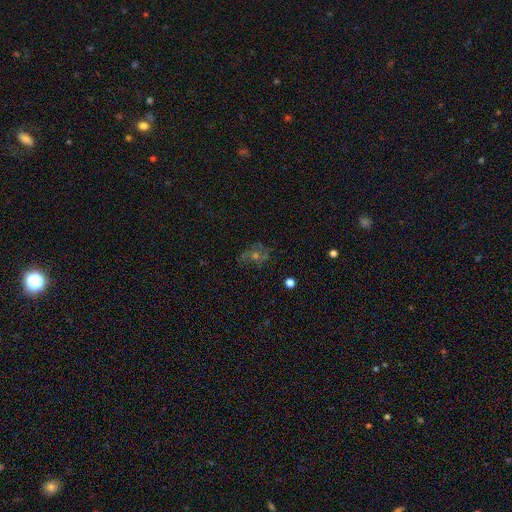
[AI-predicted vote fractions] Smooth or featured?
  - featured or disk: 52% *
  - star or artifact: 26%
  - smooth: 22%
Edge-on disk?
  - no: 95% *
  - yes: 5%
Merging?
  - none: 70% *
  - minor disturbance: 17%
  - major disturbance: 11%
  - merger: 2%